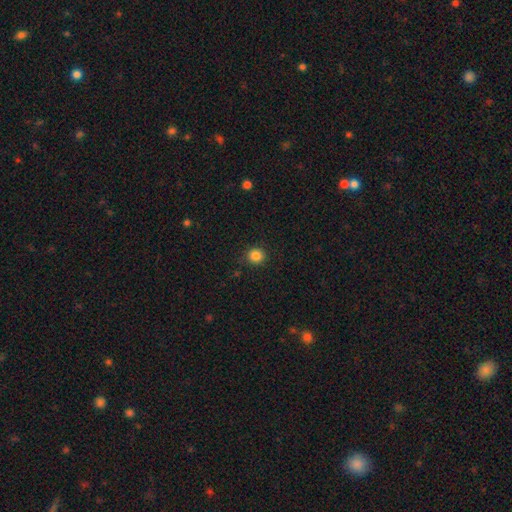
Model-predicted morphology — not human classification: This is clearly a smooth galaxy (85%). How rounded: clearly round (90%). Merging: clearly none (90%).